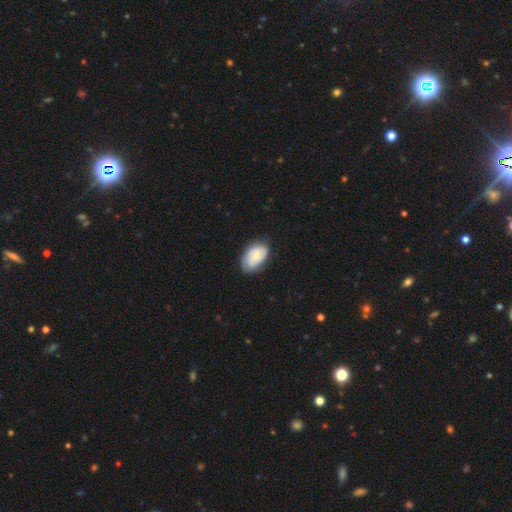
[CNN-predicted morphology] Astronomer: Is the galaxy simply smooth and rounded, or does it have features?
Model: smooth — 59% (runner-up: featured or disk, 35%).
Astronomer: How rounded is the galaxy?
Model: in between — 90%.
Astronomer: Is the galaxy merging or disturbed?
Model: none — 71%.